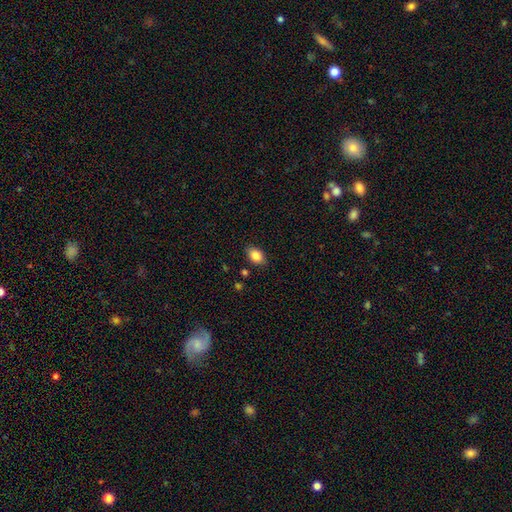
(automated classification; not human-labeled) Overall: smooth (85%). How rounded: in between (85%). Merging: none (85%).